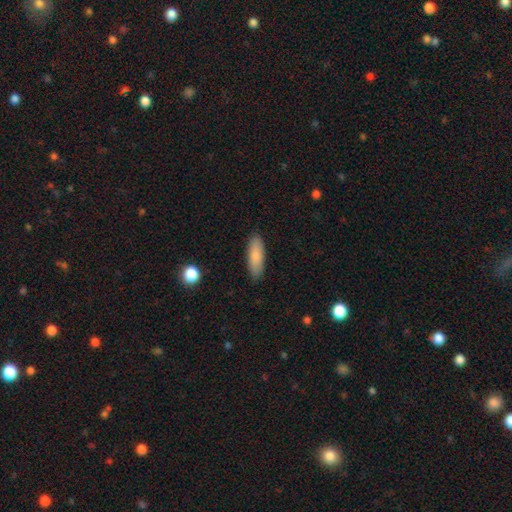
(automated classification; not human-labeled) A smooth galaxy with no disk features (84%) that is in between round and cigar-shaped (52%).

Vote fractions:
- Smooth or featured? smooth: 84% / featured or disk: 10% / star or artifact: 6%
- How rounded? in between: 52% / cigar-shaped: 46% / round: 2%
- Merging? none: 88% / minor disturbance: 9% / major disturbance: 2% / merger: 1%